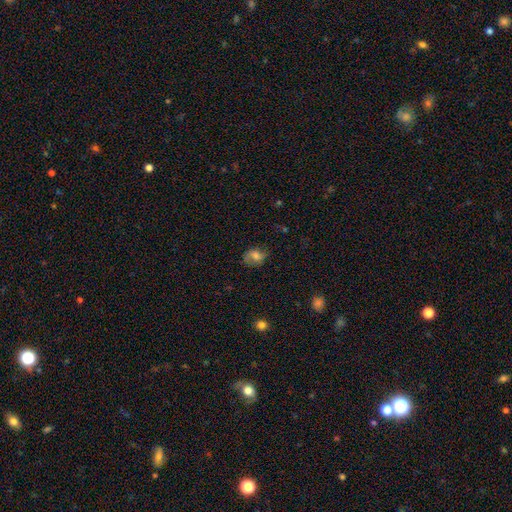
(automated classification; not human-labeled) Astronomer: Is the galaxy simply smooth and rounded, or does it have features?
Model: smooth — 64%.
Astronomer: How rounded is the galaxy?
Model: in between — 61% (runner-up: round, 38%).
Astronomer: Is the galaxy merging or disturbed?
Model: none — 64%.